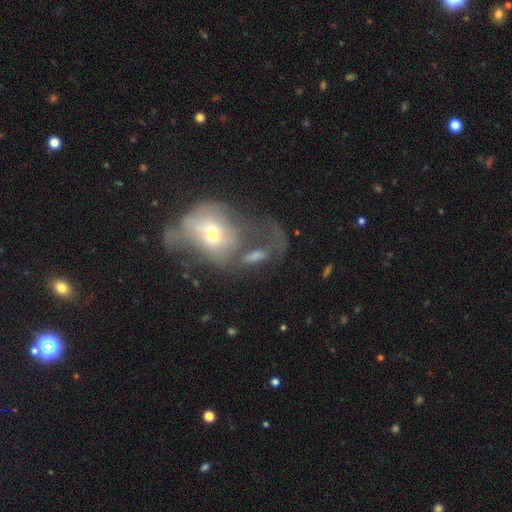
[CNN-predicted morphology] type=featured or disk (47%); merging=merger (45%).